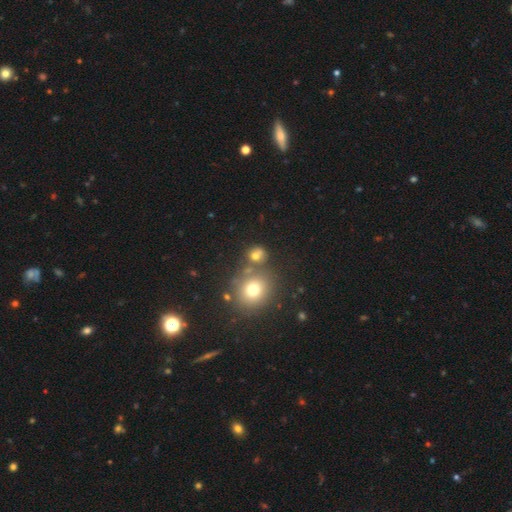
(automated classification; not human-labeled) This is likely a smooth galaxy (69%). How rounded: clearly round (81%). Merging: likely none (61%).